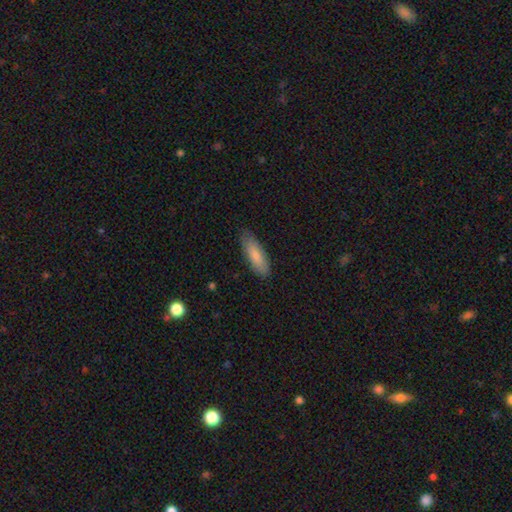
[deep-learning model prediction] This is clearly a smooth galaxy (84%). How rounded: possibly in between (56%). Merging: clearly none (83%).